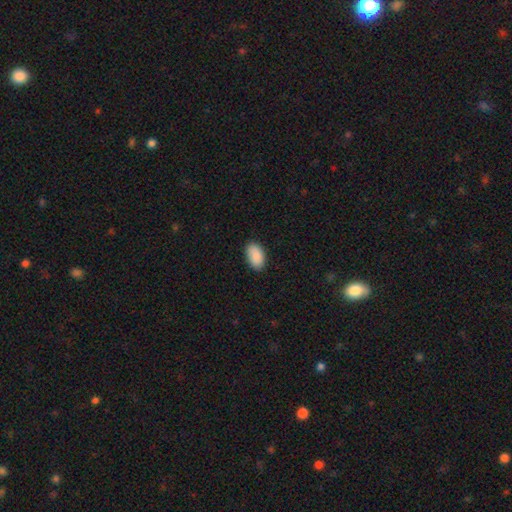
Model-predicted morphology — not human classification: A smooth galaxy with no disk features (90%) that is in between round and cigar-shaped (94%). Merging: none (87%).